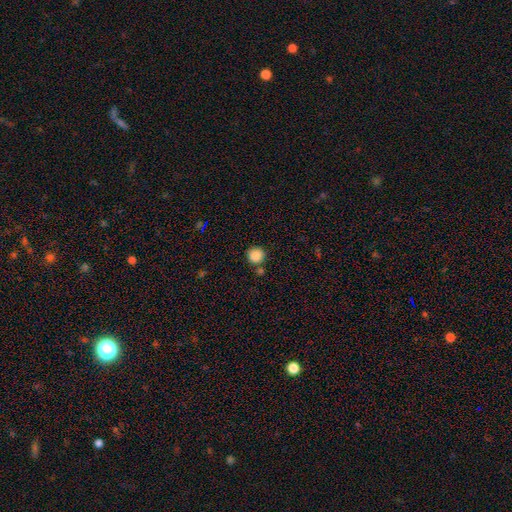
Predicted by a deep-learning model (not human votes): This is clearly a smooth galaxy (87%). How rounded: clearly round (93%). Merging: likely none (79%).